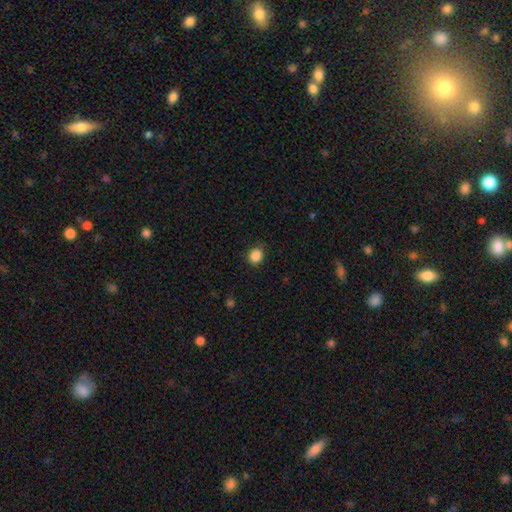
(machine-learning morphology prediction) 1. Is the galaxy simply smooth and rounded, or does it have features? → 86% smooth, 10% star or artifact, 3% featured or disk.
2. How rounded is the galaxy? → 79% round, 20% in between, 1% cigar-shaped.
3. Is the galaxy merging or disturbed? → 80% none, 15% minor disturbance, 3% major disturbance, 1% merger.